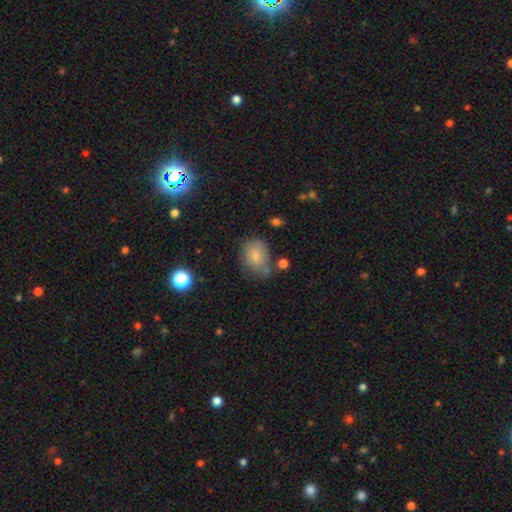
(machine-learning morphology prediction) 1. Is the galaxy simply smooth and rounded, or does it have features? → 74% smooth, 16% featured or disk, 10% star or artifact.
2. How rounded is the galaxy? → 61% in between, 38% round, 1% cigar-shaped.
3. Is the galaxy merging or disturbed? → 53% none, 27% minor disturbance, 10% major disturbance, 10% merger.